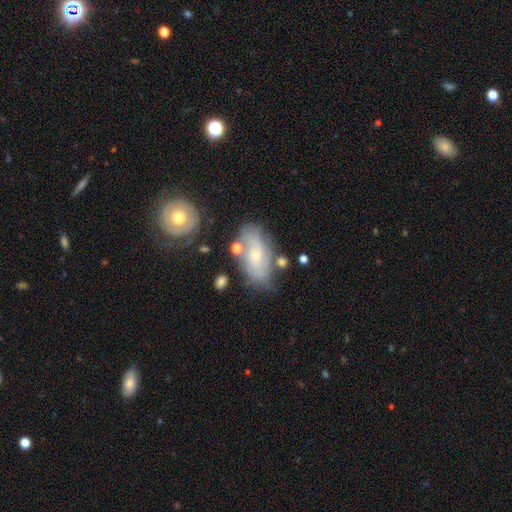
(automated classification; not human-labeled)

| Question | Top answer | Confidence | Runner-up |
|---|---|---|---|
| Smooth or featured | featured or disk | 59% | smooth (34%) |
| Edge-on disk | no | 92% | yes (8%) |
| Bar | no | 69% | weak (26%) |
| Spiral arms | yes | 78% | no (22%) |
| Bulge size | small | 62% | moderate (34%) |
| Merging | none | 60% | minor disturbance (22%) |